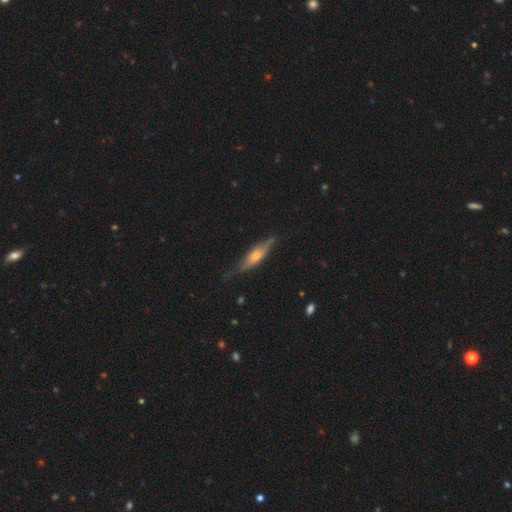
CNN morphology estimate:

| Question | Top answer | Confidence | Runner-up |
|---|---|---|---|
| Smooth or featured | featured or disk | 53% | smooth (41%) |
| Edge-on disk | yes | 89% | no (11%) |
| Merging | none | 69% | minor disturbance (23%) |